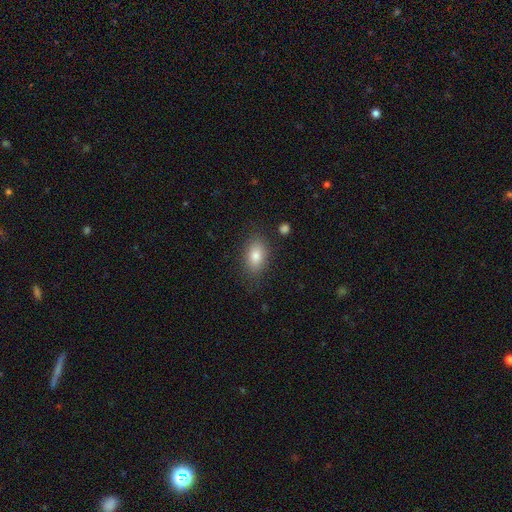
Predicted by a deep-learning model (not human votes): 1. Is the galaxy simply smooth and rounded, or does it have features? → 80% smooth, 11% featured or disk, 9% star or artifact.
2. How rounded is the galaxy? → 86% in between, 12% round, 2% cigar-shaped.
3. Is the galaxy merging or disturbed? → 81% none, 13% minor disturbance, 4% major disturbance, 2% merger.